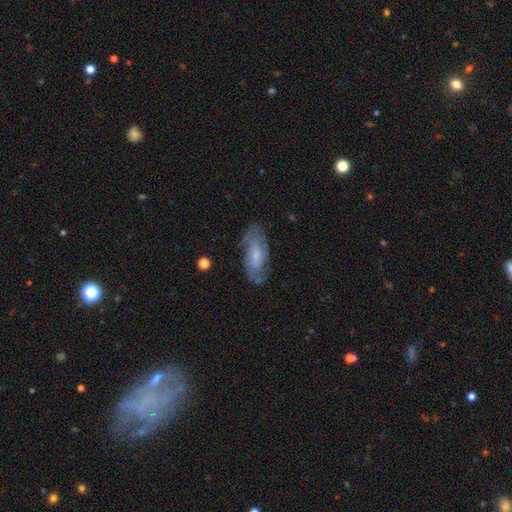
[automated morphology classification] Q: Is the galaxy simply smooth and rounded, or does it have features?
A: featured or disk — 61%.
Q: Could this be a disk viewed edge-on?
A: no — 88%.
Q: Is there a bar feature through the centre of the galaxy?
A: no — 55%.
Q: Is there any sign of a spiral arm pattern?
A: yes — 82%.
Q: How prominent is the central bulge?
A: small — 55%.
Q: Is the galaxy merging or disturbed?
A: none — 74%.